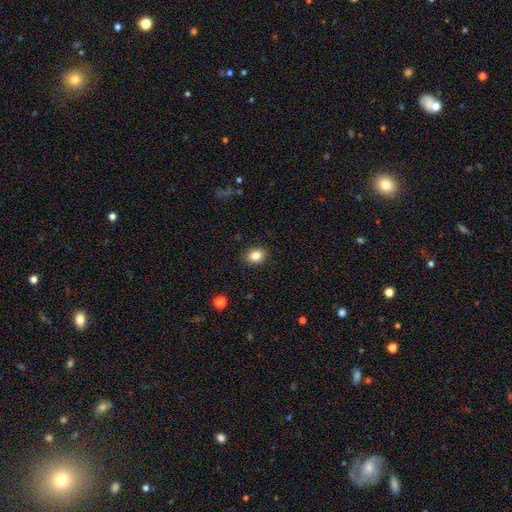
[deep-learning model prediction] Overall: smooth (83%). How rounded: round (50%; in between 49%). Merging: none (88%).